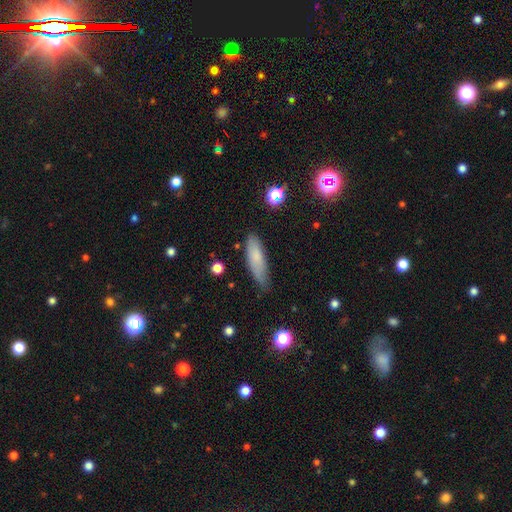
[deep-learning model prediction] Morphology: type=smooth (78%); roundness=cigar-shaped (54%); merging=none (67%).